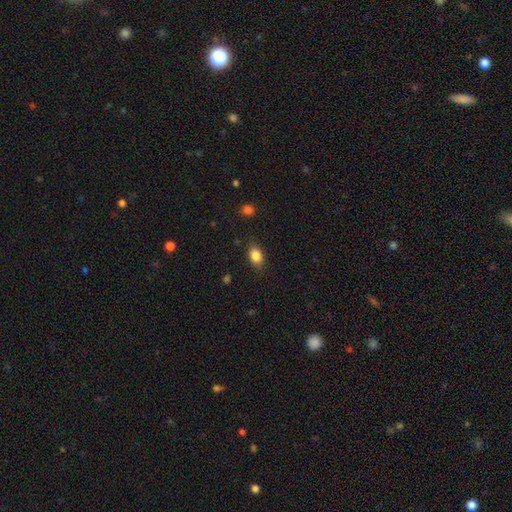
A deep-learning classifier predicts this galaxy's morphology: A smooth galaxy with no disk features (85%) that is in between round and cigar-shaped (82%).

Vote fractions:
- Smooth or featured? smooth: 85% / star or artifact: 9% / featured or disk: 7%
- How rounded? in between: 82% / round: 16% / cigar-shaped: 2%
- Merging? none: 83% / minor disturbance: 13% / major disturbance: 3% / merger: 1%